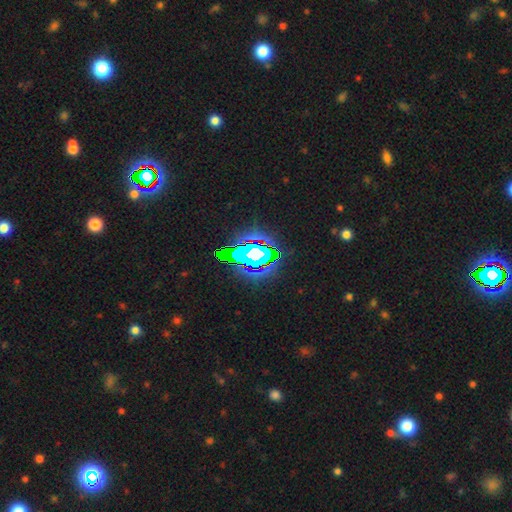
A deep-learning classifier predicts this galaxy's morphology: smooth-or-featured: star or artifact: 72% | featured or disk: 14% | smooth: 14%